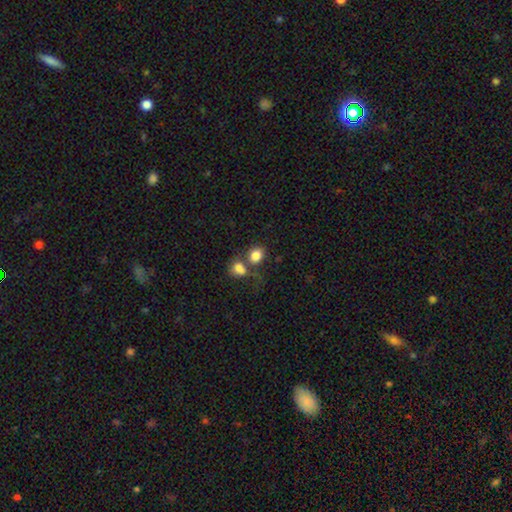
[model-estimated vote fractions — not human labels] smooth-or-featured: smooth: 82% | star or artifact: 10% | featured or disk: 8%
  how-rounded: round: 55% | in between: 44% | cigar-shaped: 1%
  merging: none: 44% | merger: 41% | minor disturbance: 9% | major disturbance: 6%